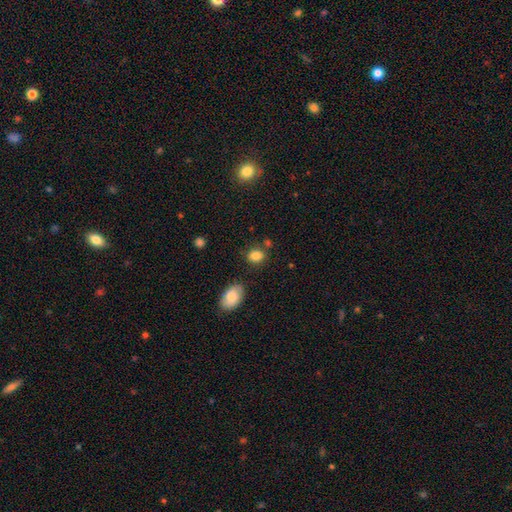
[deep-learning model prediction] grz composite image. It shows a smooth galaxy with no disk features (85%) that is round (52%). Merging: none (77%).